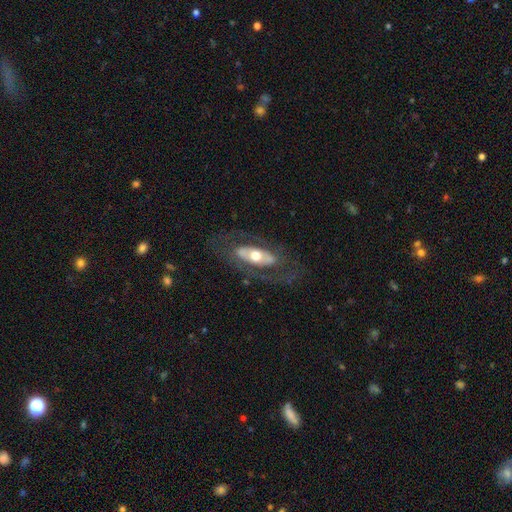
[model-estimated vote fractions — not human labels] The model was most divided on "spiral arms": no: 52%, yes: 48%. More confident: edge-on disk — no (84%); merging — none (71%); bar — no (66%); bulge size — moderate (66%); smooth or featured — featured or disk (66%).